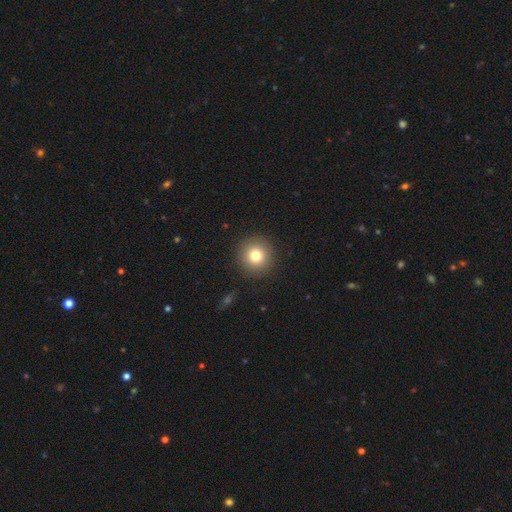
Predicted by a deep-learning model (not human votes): Morphology: type=smooth (79%); roundness=round (95%); merging=none (91%).